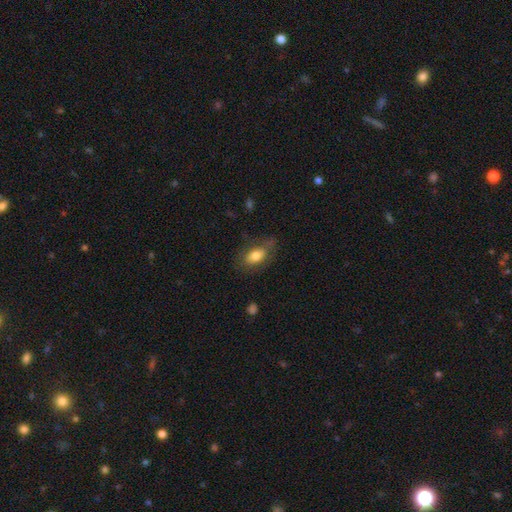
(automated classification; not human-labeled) smooth_or_featured: smooth (p=0.73) [alt: featured or disk p=0.19]
how_rounded: in between (p=0.88) [alt: round p=0.08]
merging: none (p=0.65) [alt: minor disturbance p=0.22]